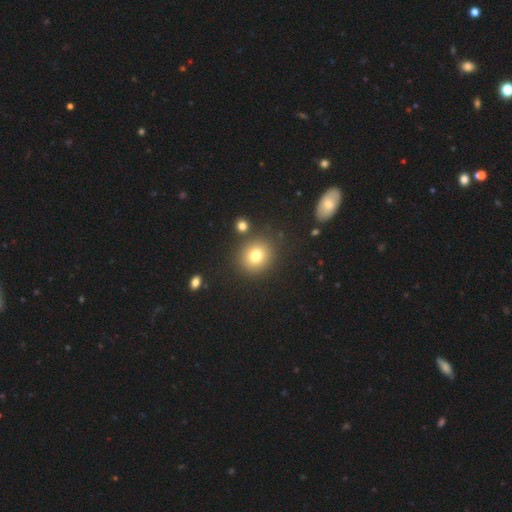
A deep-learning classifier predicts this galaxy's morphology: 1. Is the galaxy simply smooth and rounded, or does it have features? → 77% smooth, 13% star or artifact, 9% featured or disk.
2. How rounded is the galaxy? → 83% round, 16% in between, 1% cigar-shaped.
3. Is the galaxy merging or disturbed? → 85% none, 8% minor disturbance, 5% merger, 3% major disturbance.